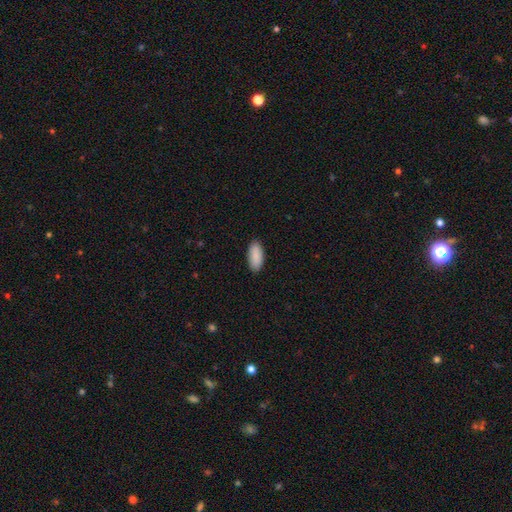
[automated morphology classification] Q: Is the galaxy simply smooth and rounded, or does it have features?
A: smooth — 91%.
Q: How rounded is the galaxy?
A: in between — 88%.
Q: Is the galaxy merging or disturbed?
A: none — 89%.